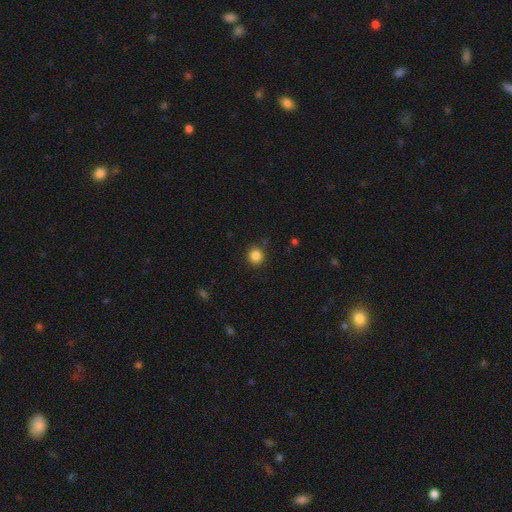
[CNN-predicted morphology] Smooth or featured? smooth (85%)
How rounded? round (91%)
Merging? none (87%)